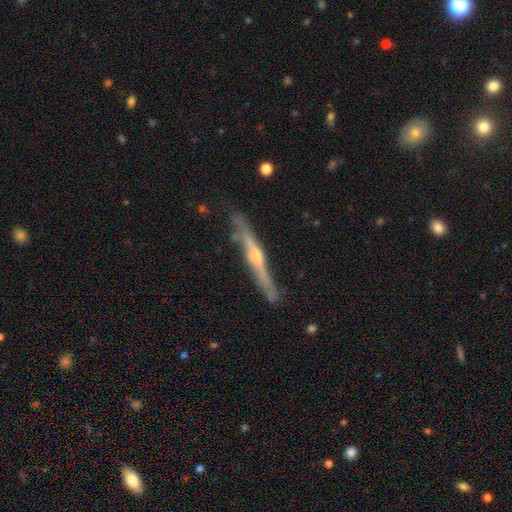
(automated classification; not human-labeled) Overall: featured or disk (79%). Edge-on disk: yes (95%). Edge-on bulge: rounded (82%). Merging: none (79%).